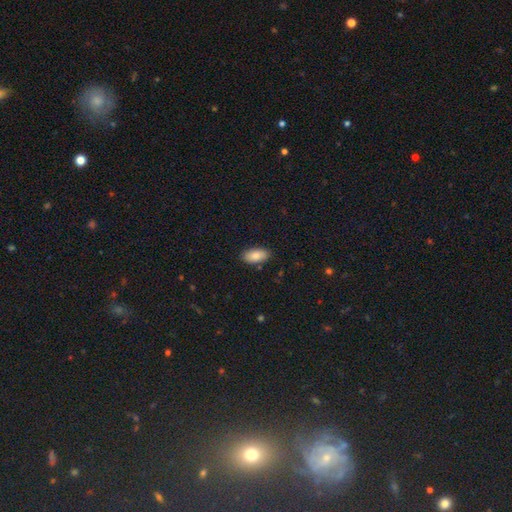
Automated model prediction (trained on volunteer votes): Smooth or featured? smooth (84%)
How rounded? in between (93%)
Merging? none (86%)